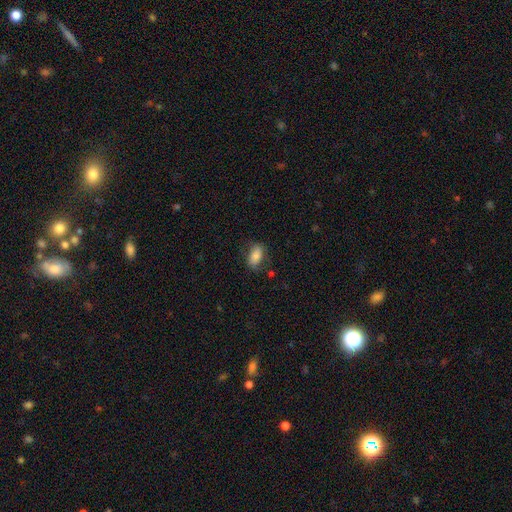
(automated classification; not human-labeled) Overall: smooth (79%). How rounded: in between (90%). Merging: none (70%).